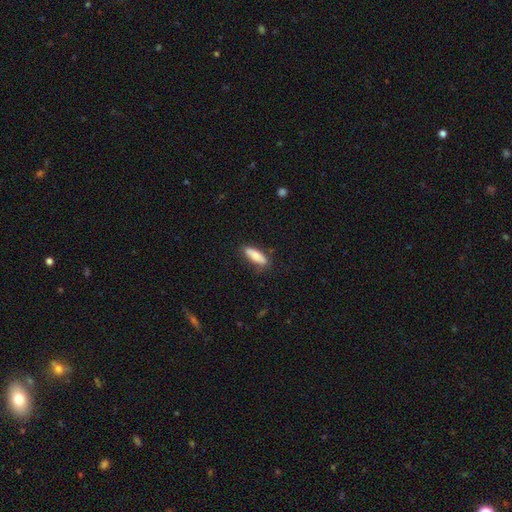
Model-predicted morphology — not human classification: smooth 80%, featured or disk 14%, star or artifact 6%. Down the decision tree: how rounded — in between (54%); merging — none (77%).